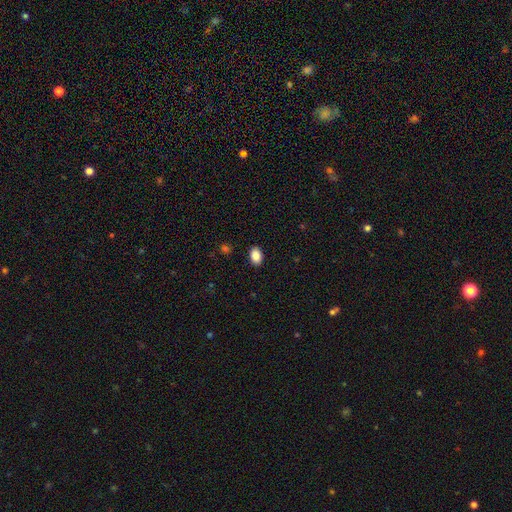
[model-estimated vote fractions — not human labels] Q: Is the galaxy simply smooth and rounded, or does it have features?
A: smooth — 87%.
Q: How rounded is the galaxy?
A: in between — 85%.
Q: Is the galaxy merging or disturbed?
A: none — 90%.